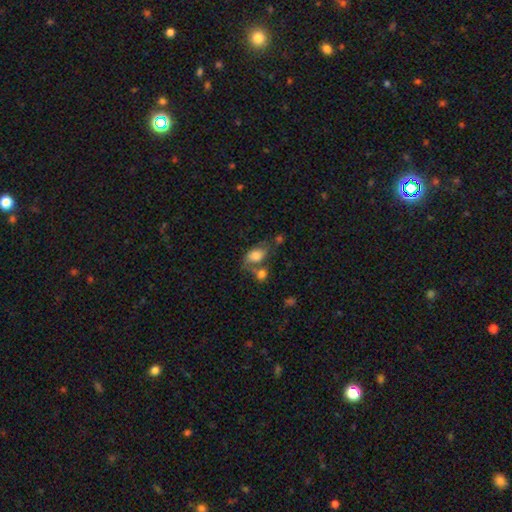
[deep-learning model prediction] Smooth or featured? smooth (66%)
How rounded? in between (83%)
Merging? none (34%)